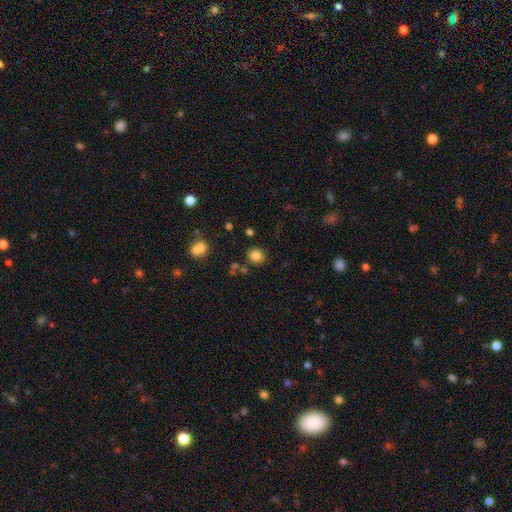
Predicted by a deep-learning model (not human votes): smooth 82%, star or artifact 12%, featured or disk 6%. Down the decision tree: how rounded — round (74%); merging — none (82%).